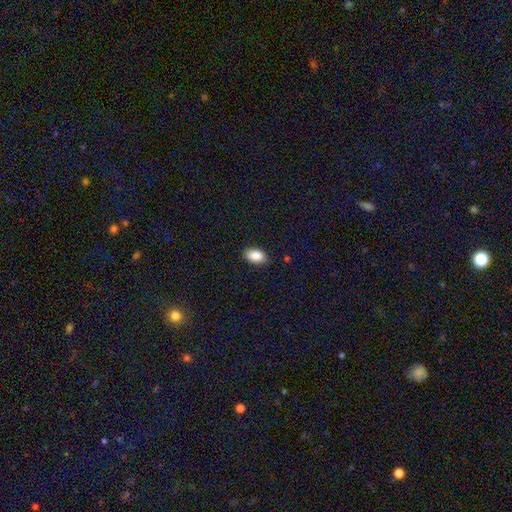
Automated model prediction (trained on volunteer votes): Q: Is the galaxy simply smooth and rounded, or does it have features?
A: smooth — 88%.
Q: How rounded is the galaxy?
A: in between — 92%.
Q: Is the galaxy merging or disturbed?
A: none — 86%.